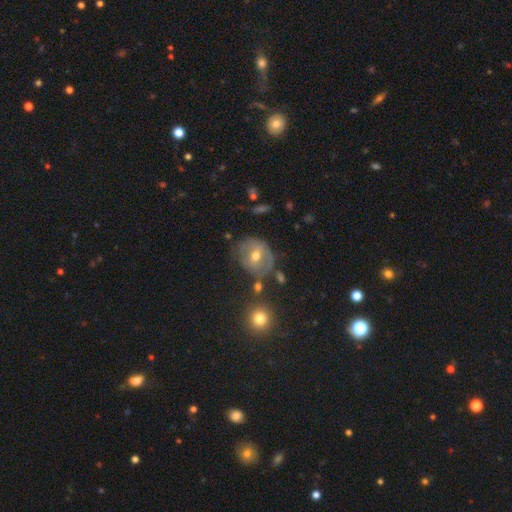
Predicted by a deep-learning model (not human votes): Smooth or featured: featured or disk — 51% (smooth — 39%)
Edge-on disk: no — 94% (yes — 6%)
Merging: none — 58% (minor disturbance — 24%)